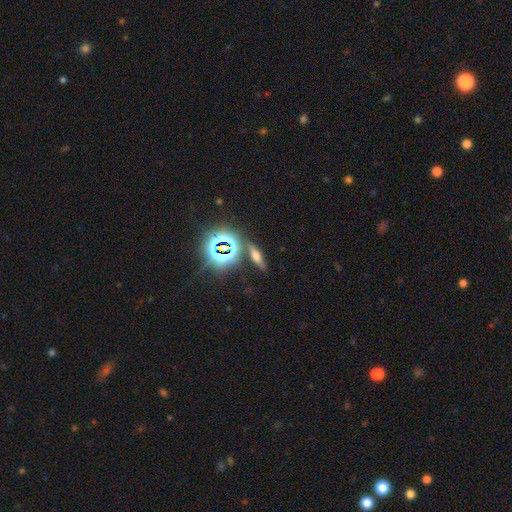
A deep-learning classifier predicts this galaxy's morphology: smooth-or-featured: smooth: 36% (tied) | featured or disk: 36% (tied) | star or artifact: 29%
  merging: none: 80% | minor disturbance: 10% | merger: 6% | major disturbance: 4%